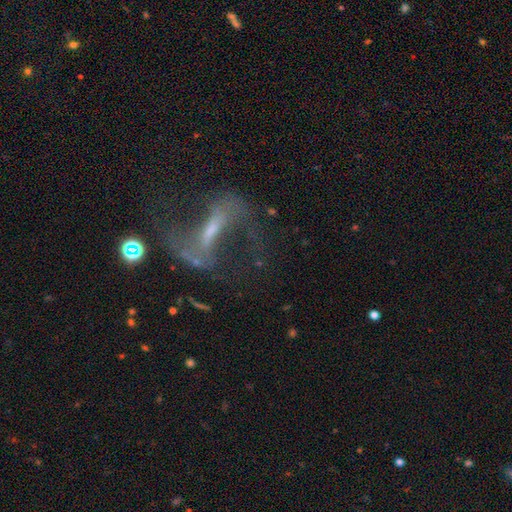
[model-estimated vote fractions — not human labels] Smooth or featured: featured or disk — 80% (star or artifact — 11%)
Edge-on disk: no — 90% (yes — 10%)
Bar: strong — 55% (weak — 32%)
Spiral arms: yes — 85% (no — 15%)
Spiral winding: loose — 73% (medium — 21%)
Spiral arm count: 2 — 90% (can't tell — 4%)
Bulge size: small — 45% (moderate — 29%)
Merging: none — 56% (major disturbance — 24%)